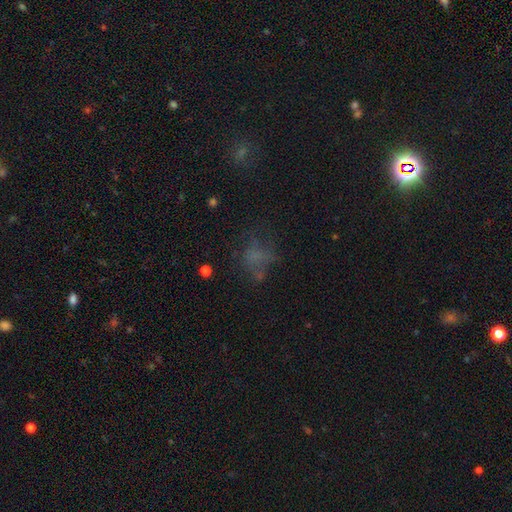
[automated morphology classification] smooth-or-featured: smooth: 49% | featured or disk: 26% | star or artifact: 25%
  merging: none: 45% | major disturbance: 30% | minor disturbance: 20% | merger: 5%